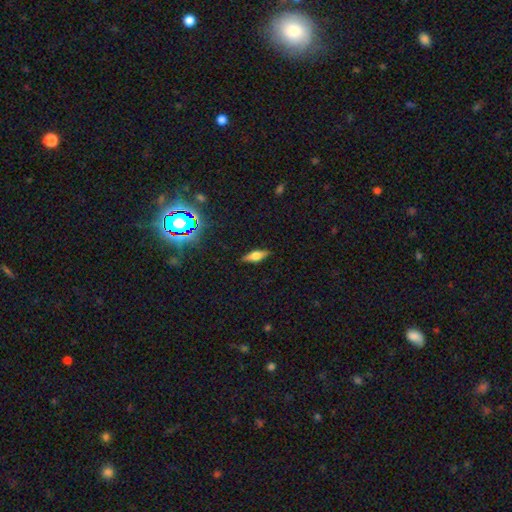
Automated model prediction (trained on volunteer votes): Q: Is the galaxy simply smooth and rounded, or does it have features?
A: smooth — 45%.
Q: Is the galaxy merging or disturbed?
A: none — 88%.